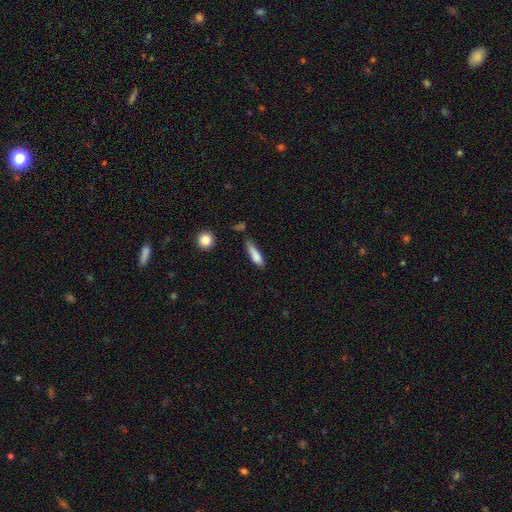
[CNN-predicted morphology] smooth 81%, featured or disk 11%, star or artifact 8%. Down the decision tree: how rounded — cigar-shaped (62%); merging — none (49%).